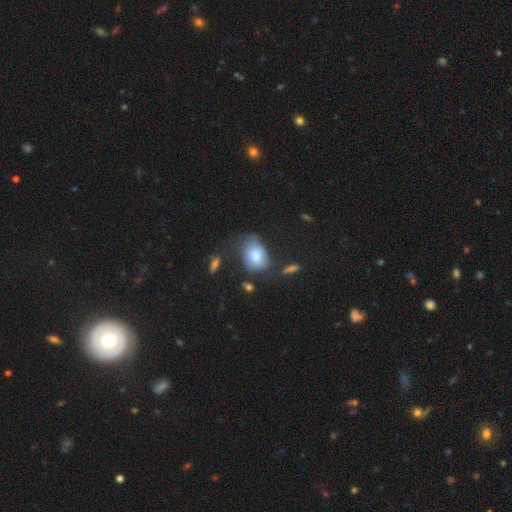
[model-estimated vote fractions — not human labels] smooth_or_featured: smooth (p=0.78) [alt: featured or disk p=0.14]
how_rounded: in between (p=0.71) [alt: round p=0.27]
merging: none (p=0.44) [alt: minor disturbance p=0.33]